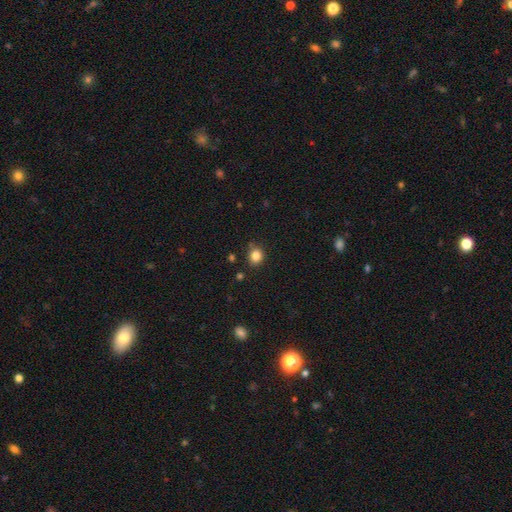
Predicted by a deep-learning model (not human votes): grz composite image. It shows a smooth galaxy with no disk features (83%) that is round (75%). Merging: none (81%).